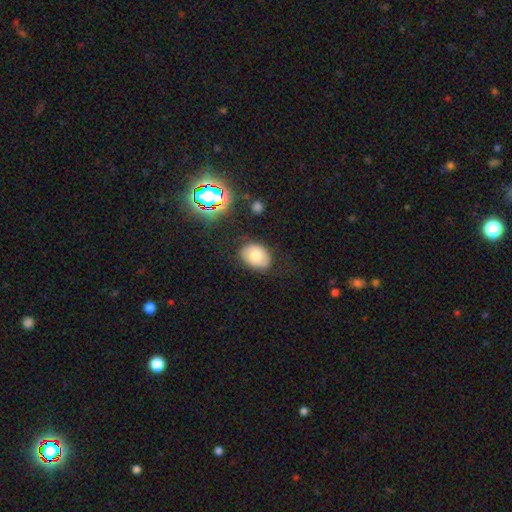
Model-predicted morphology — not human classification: Smooth or featured? smooth (71%)
How rounded? in between (73%)
Merging? none (80%)